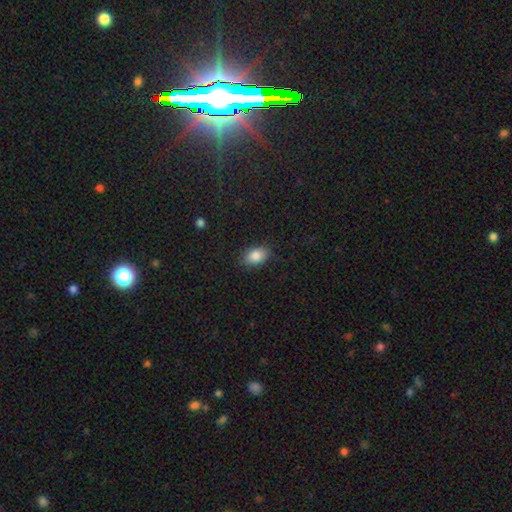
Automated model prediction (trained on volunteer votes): smooth-or-featured: smooth: 86% | star or artifact: 8% | featured or disk: 6%
  how-rounded: in between: 88% | round: 10% | cigar-shaped: 2%
  merging: none: 86% | minor disturbance: 10% | major disturbance: 3% | merger: 1%